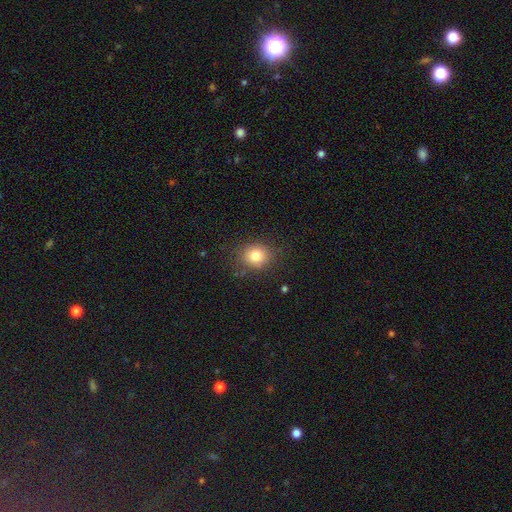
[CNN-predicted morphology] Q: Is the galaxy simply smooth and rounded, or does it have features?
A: smooth — 81%.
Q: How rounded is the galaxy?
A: round — 76%.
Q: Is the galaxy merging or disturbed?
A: none — 83%.